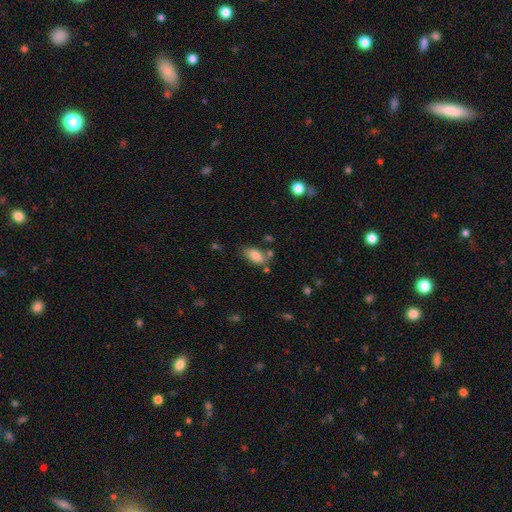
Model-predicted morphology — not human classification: Smooth or featured?
  - smooth: 80% *
  - featured or disk: 12%
  - star or artifact: 8%
How rounded?
  - in between: 91% *
  - cigar-shaped: 5%
  - round: 4%
Merging?
  - none: 65% *
  - minor disturbance: 20%
  - merger: 10%
  - major disturbance: 5%